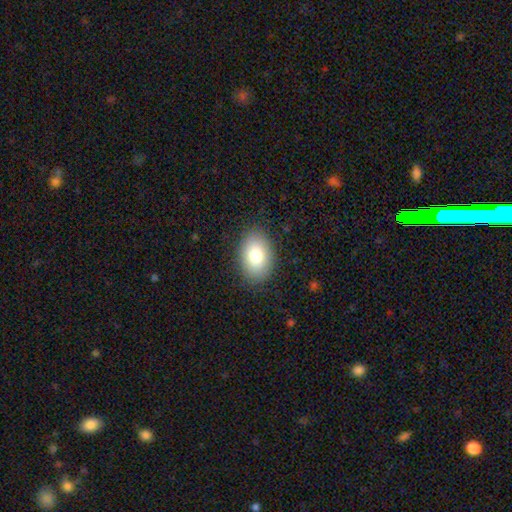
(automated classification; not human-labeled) Q: Smooth or featured?
A: smooth (81%); runner-up: featured or disk (11%)
Q: How rounded?
A: in between (85%); runner-up: round (14%)
Q: Merging?
A: none (87%); runner-up: minor disturbance (10%)